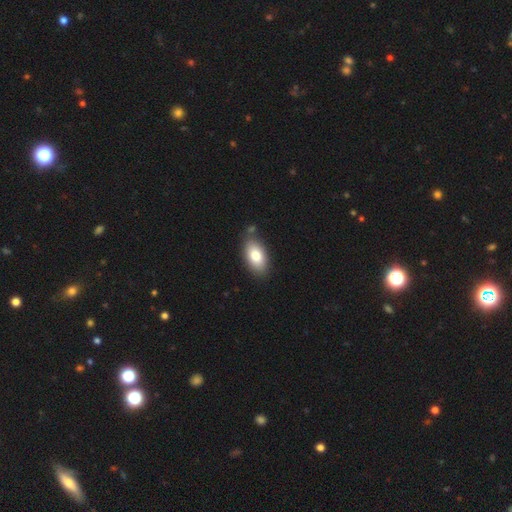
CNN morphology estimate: The model was most divided on "merging": none: 78%, minor disturbance: 13%, merger: 6%, major disturbance: 3%. More confident: how rounded — in between (93%); smooth or featured — smooth (81%).